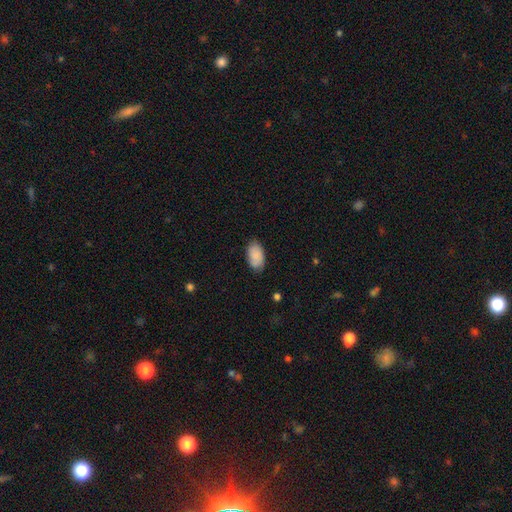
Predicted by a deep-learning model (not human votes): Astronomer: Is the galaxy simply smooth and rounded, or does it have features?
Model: smooth — 85%.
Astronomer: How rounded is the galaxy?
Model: in between — 94%.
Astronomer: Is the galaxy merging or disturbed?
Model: none — 77%.